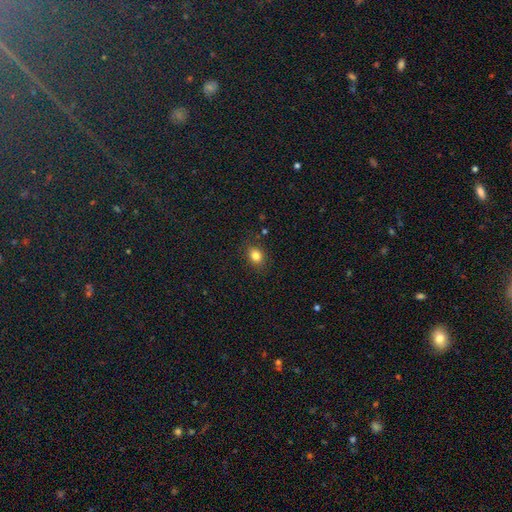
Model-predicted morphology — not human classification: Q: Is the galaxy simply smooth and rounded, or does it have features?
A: smooth — 82%.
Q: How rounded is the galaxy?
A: in between — 50%.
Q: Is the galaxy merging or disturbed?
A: none — 86%.